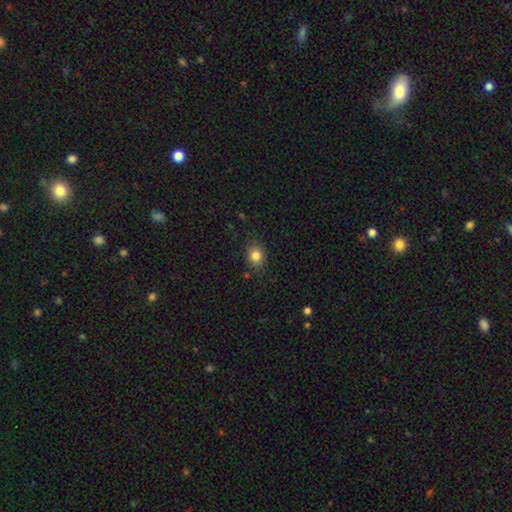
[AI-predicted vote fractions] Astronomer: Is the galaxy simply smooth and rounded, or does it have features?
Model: smooth — 84%.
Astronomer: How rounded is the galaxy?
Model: round — 66%.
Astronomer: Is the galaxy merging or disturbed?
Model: none — 83%.